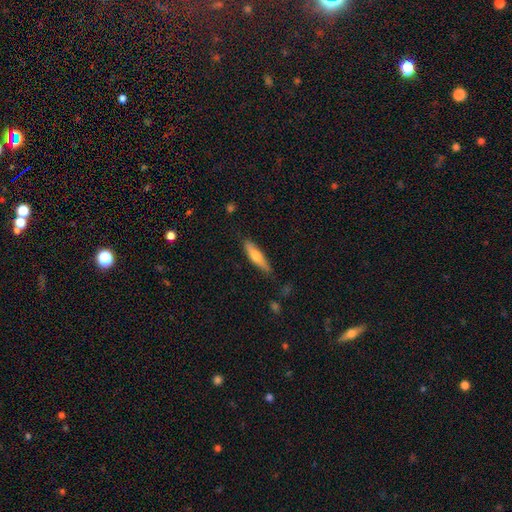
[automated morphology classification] Smooth or featured? smooth (57%)
How rounded? cigar-shaped (75%)
Merging? none (82%)